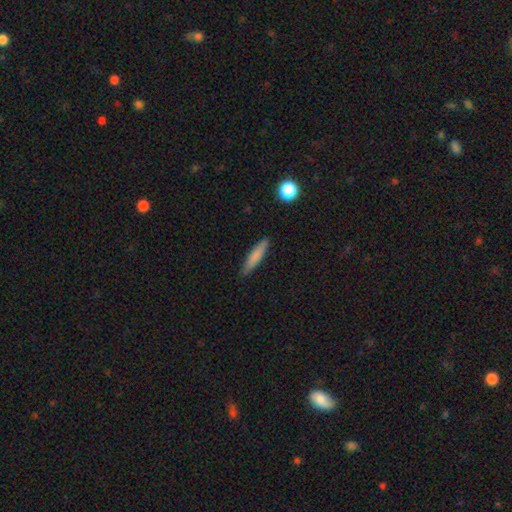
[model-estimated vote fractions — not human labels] Q: Smooth or featured?
A: smooth (79%); runner-up: featured or disk (14%)
Q: How rounded?
A: cigar-shaped (85%); runner-up: in between (14%)
Q: Merging?
A: none (86%); runner-up: minor disturbance (11%)